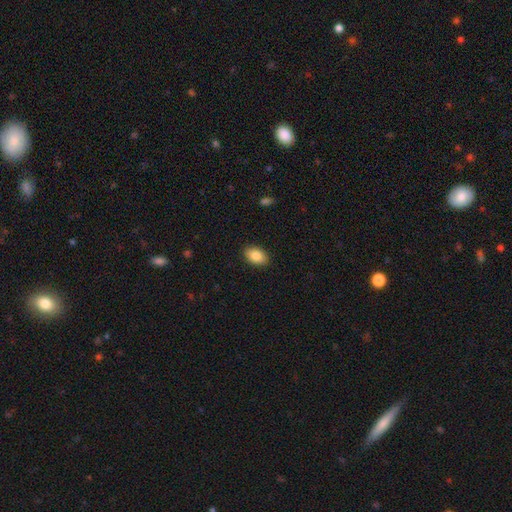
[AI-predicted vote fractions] Morphology: type=smooth (87%); roundness=in between (89%); merging=none (89%).